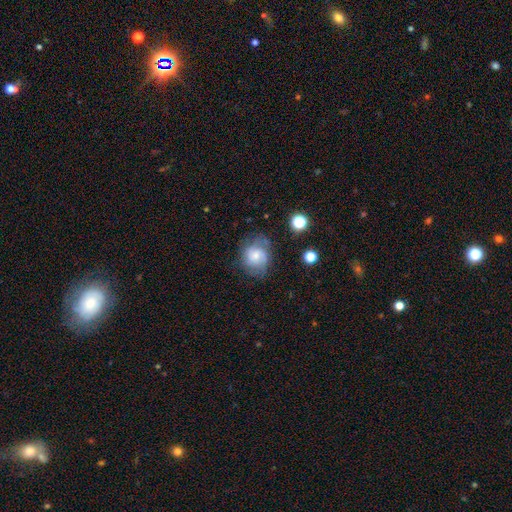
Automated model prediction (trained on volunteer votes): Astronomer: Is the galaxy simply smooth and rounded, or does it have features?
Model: featured or disk — 53% (runner-up: smooth, 38%).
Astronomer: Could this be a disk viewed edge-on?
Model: no — 97%.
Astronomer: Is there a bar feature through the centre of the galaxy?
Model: no — 67%.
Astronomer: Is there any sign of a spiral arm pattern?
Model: yes — 85%.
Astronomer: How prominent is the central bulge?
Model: small — 50% (runner-up: moderate, 36%).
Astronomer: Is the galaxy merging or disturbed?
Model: none — 61%.